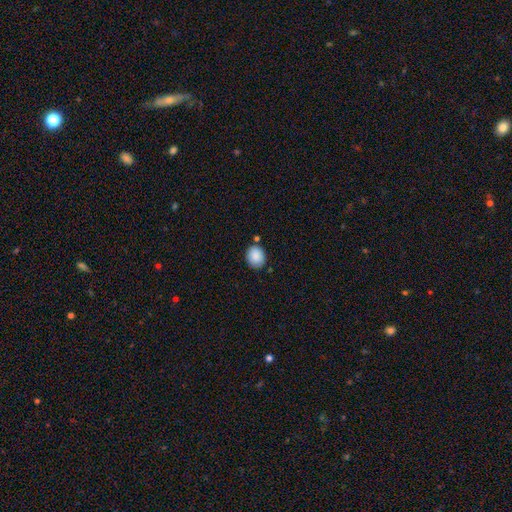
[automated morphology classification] A smooth galaxy with no disk features (88%) that is round (65%).

Vote fractions:
- Smooth or featured? smooth: 88% / star or artifact: 8% / featured or disk: 4%
- How rounded? round: 65% / in between: 35% / cigar-shaped: 1%
- Merging? none: 78% / minor disturbance: 13% / merger: 6% / major disturbance: 3%